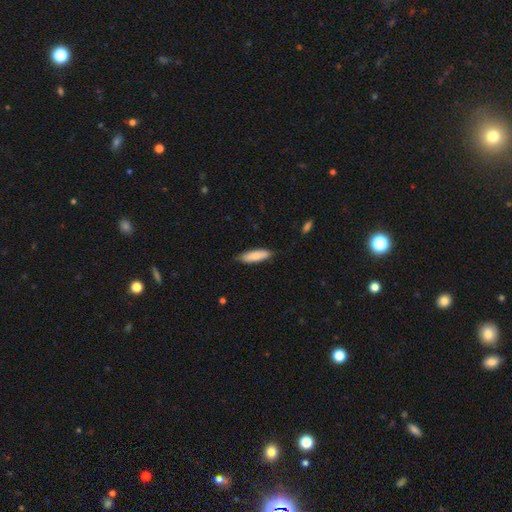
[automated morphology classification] smooth 82%, featured or disk 12%, star or artifact 5%. Down the decision tree: how rounded — cigar-shaped (60%); merging — none (82%).